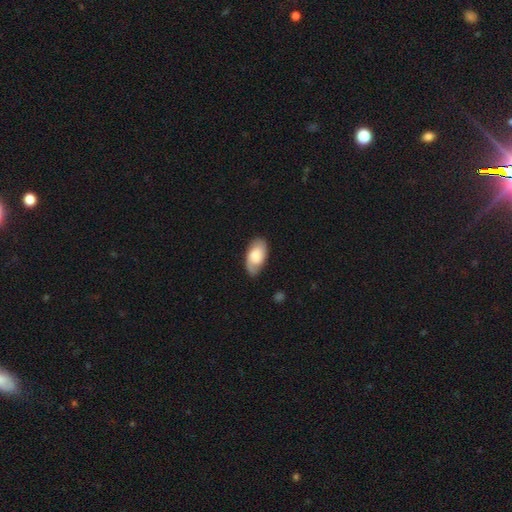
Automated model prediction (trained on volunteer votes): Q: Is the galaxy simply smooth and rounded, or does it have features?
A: smooth — 55%.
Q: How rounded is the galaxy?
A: in between — 94%.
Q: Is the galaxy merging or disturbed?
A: none — 77%.